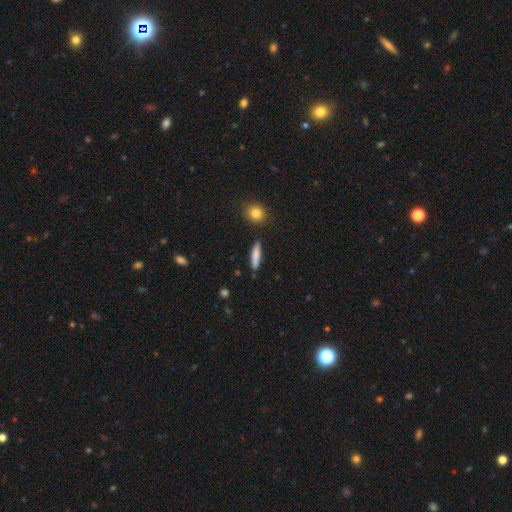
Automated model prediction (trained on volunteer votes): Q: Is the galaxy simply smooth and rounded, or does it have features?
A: smooth — 77%.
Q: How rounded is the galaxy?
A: cigar-shaped — 81%.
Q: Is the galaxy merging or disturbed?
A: none — 86%.